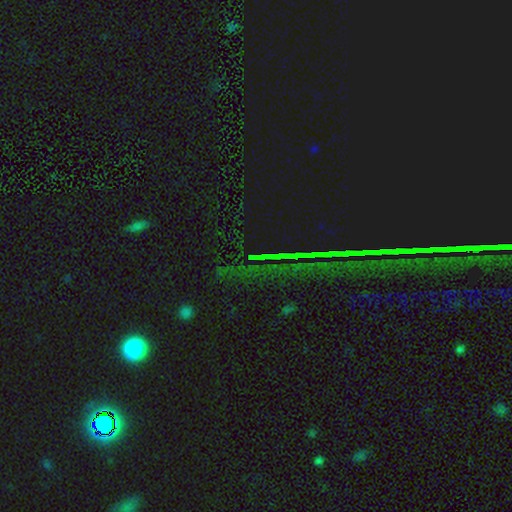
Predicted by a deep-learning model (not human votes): smooth-or-featured: star or artifact: 80% | smooth: 11% | featured or disk: 9%